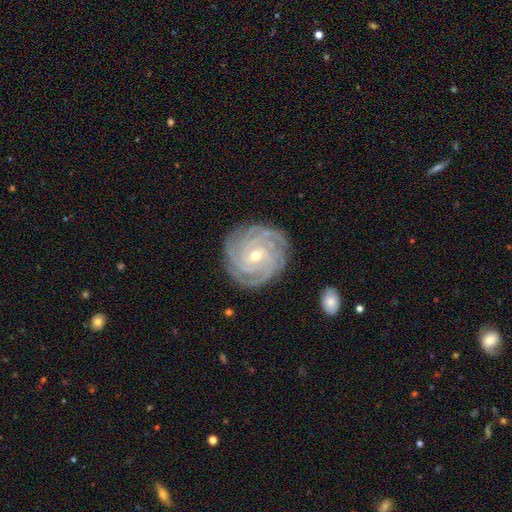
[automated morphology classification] This appears to be a featured or disk galaxy (90%) with no bar (52%), 4 (35%) tight (85%) spiral arms (98%) and a small central bulge (58%). Merging: none (86%).